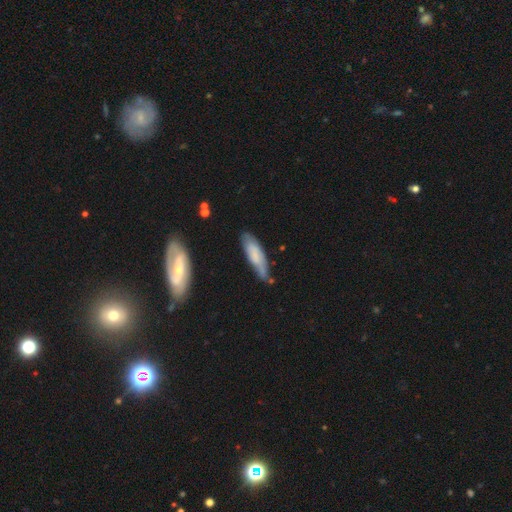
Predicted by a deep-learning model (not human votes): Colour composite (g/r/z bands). It shows a smooth galaxy with no disk features (45%). Merging: none (65%).